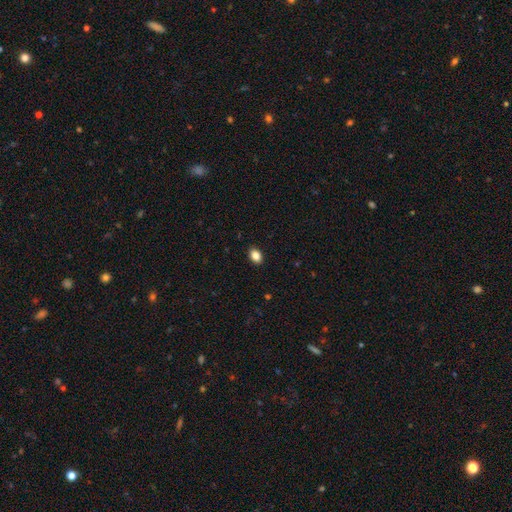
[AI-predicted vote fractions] Overall: smooth (86%). How rounded: in between (77%). Merging: none (90%).